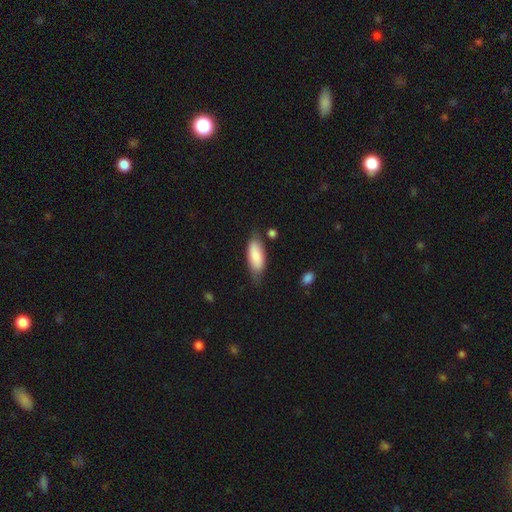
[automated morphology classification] The model was most divided on "merging": none: 65%, minor disturbance: 26%, major disturbance: 6%, merger: 3%. More confident: smooth or featured — smooth (84%); how rounded — in between (81%).